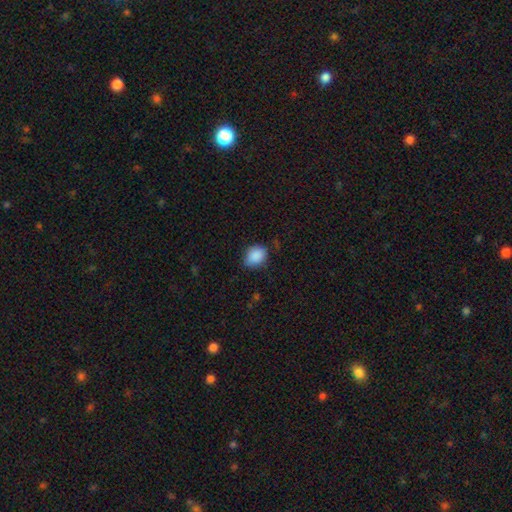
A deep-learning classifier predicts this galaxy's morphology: This is clearly a smooth galaxy (89%). How rounded: likely in between (61%). Merging: likely none (74%).